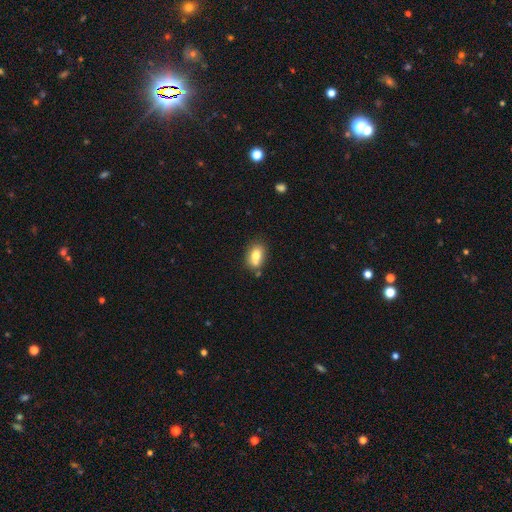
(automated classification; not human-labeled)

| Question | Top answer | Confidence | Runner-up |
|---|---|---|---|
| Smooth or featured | smooth | 77% | featured or disk (14%) |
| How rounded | in between | 83% | round (15%) |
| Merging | none | 59% | minor disturbance (20%) |